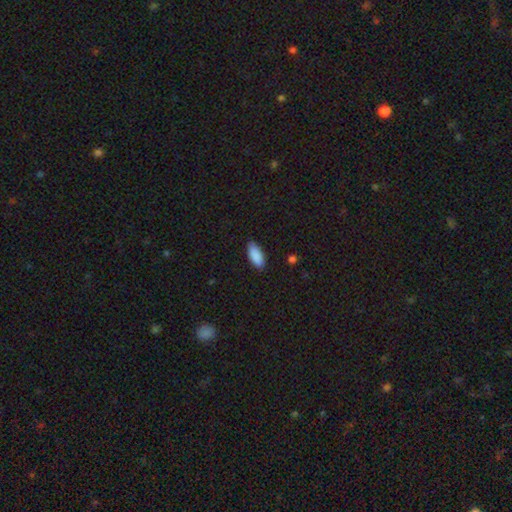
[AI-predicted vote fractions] This is clearly a smooth galaxy (90%). How rounded: clearly in between (89%). Merging: clearly none (86%).